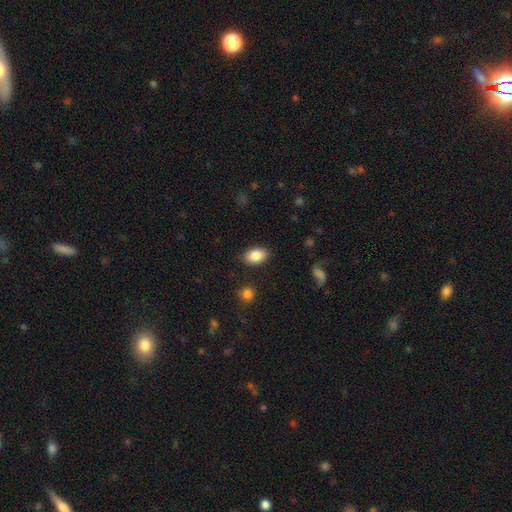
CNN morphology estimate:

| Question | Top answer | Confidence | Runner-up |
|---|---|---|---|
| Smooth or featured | smooth | 85% | star or artifact (7%) |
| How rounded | in between | 89% | round (10%) |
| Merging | none | 85% | minor disturbance (11%) |